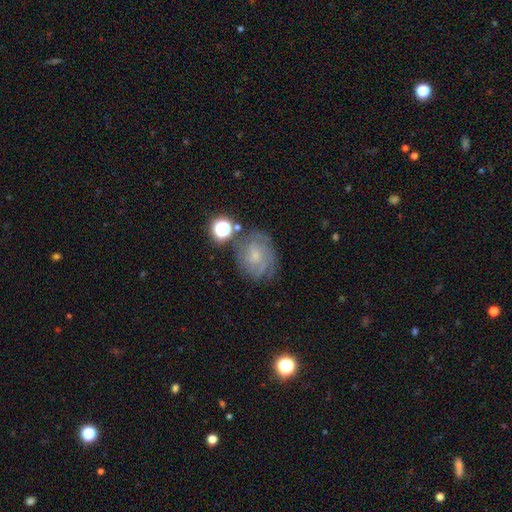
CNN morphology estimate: Smooth or featured? Predicted: featured or disk (p=0.61). Edge-on disk? Predicted: no (p=0.97). Bar? Predicted: no (p=0.64). Spiral arms? Predicted: yes (p=0.88). Spiral winding? Predicted: tight (p=0.59). Spiral arm count? Predicted: can't tell (p=0.48). Bulge size? Predicted: small (p=0.69). Merging? Predicted: none (p=0.67).